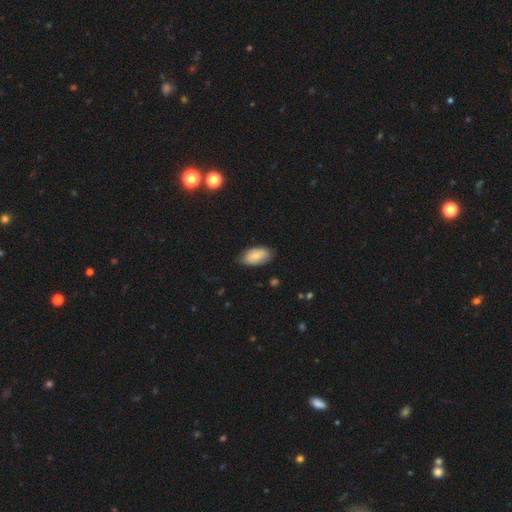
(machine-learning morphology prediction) This is likely a smooth galaxy (79%). How rounded: clearly in between (94%). Merging: likely none (76%).